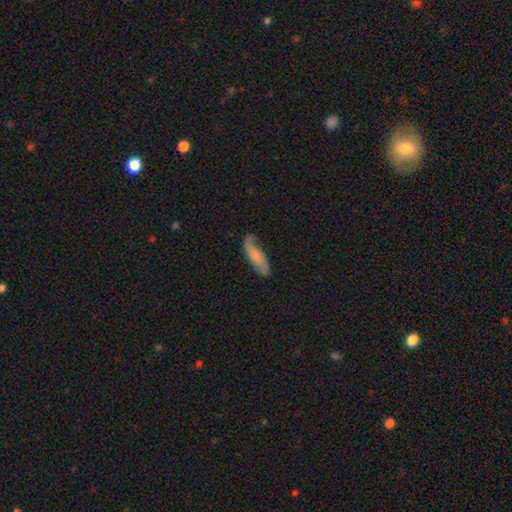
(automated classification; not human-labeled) A smooth galaxy with no disk features (53%) that is cigar-shaped (50%). Merging: none (63%).